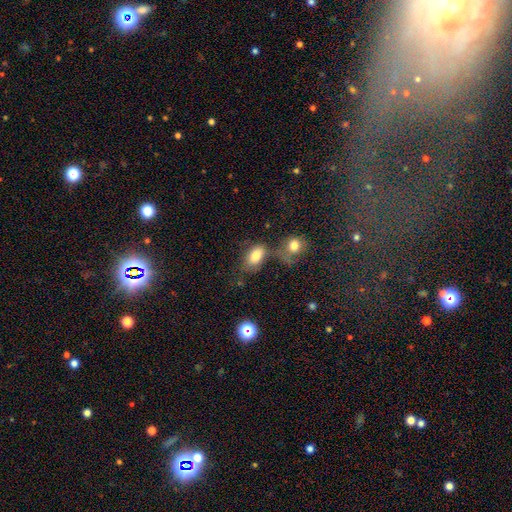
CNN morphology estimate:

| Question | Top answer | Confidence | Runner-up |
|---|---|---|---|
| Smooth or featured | smooth | 81% | star or artifact (10%) |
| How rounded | in between | 87% | round (11%) |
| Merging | none | 44% | merger (30%) |